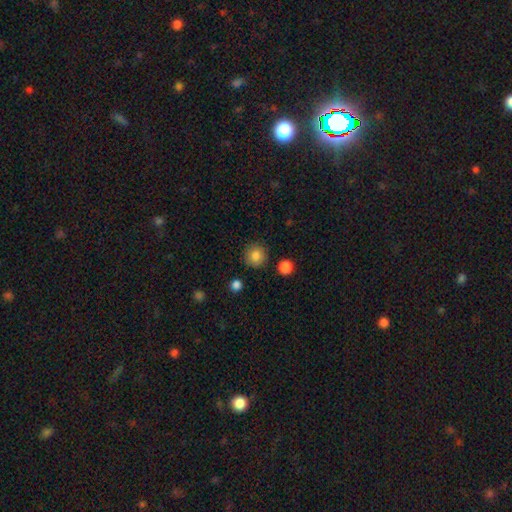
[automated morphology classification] type=smooth (85%); roundness=round (92%); merging=none (87%).